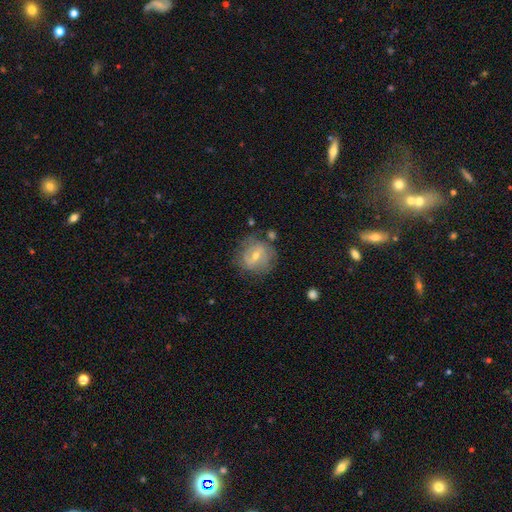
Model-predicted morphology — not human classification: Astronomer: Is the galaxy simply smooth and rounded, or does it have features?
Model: featured or disk — 58%.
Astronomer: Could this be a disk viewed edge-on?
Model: no — 95%.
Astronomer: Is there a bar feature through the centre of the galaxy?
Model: weak — 47% (runner-up: no, 30%).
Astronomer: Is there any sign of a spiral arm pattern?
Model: yes — 57% (runner-up: no, 43%).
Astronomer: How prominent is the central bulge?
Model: moderate — 50% (runner-up: small, 47%).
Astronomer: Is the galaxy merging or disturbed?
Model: none — 71%.